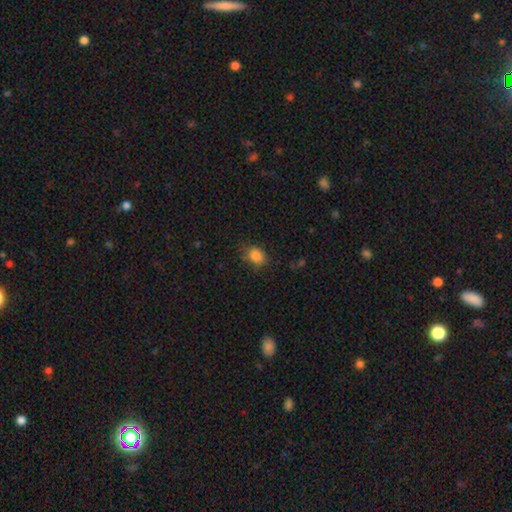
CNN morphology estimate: A smooth galaxy with no disk features (84%) that is in between round and cigar-shaped (58%). Merging: none (74%).